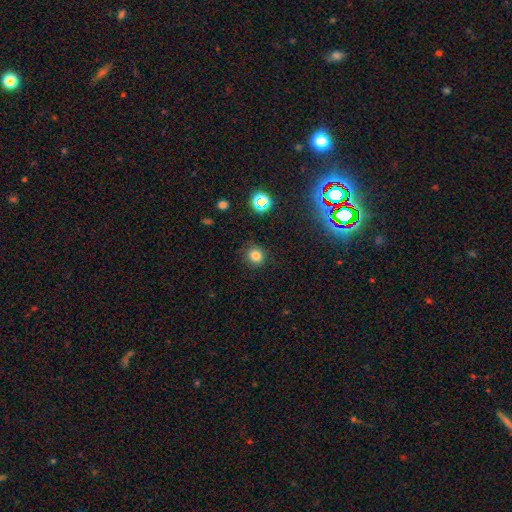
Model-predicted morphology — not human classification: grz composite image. It shows a smooth galaxy with no disk features (80%) that is round (81%). Merging: none (84%).